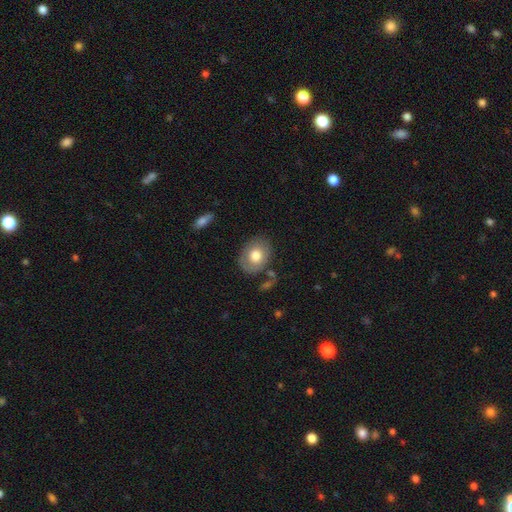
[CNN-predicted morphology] The model was most divided on "how rounded": in between: 57%, round: 42%, cigar-shaped: 1%. More confident: merging — none (76%); smooth or featured — smooth (70%).